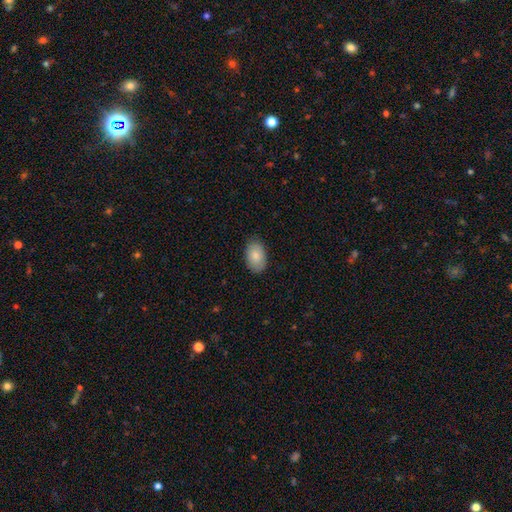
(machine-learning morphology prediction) A smooth galaxy with no disk features (85%) that is in between round and cigar-shaped (91%).

Vote fractions:
- Smooth or featured? smooth: 85% / featured or disk: 9% / star or artifact: 6%
- How rounded? in between: 91% / round: 8% / cigar-shaped: 1%
- Merging? none: 84% / minor disturbance: 13% / major disturbance: 2% / merger: 1%